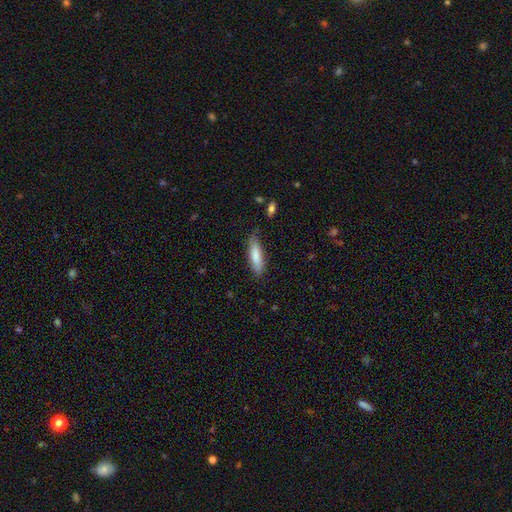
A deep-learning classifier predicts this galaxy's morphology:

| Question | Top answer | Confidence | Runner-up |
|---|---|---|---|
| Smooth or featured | smooth | 82% | featured or disk (13%) |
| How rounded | cigar-shaped | 60% | in between (39%) |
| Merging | none | 76% | minor disturbance (18%) |